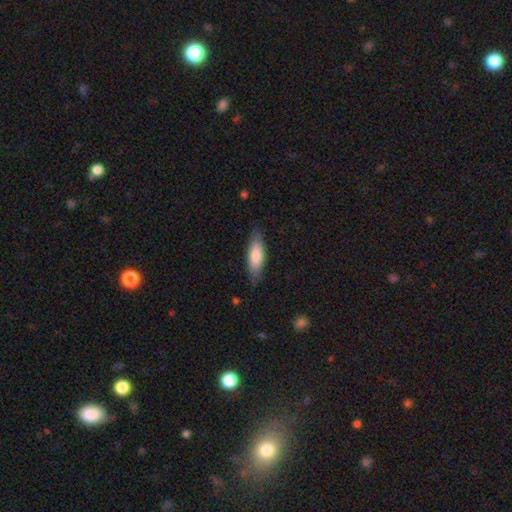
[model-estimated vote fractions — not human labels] The model was most divided on "how rounded": in between: 55%, cigar-shaped: 44%, round: 2%. More confident: merging — none (83%); smooth or featured — smooth (80%).